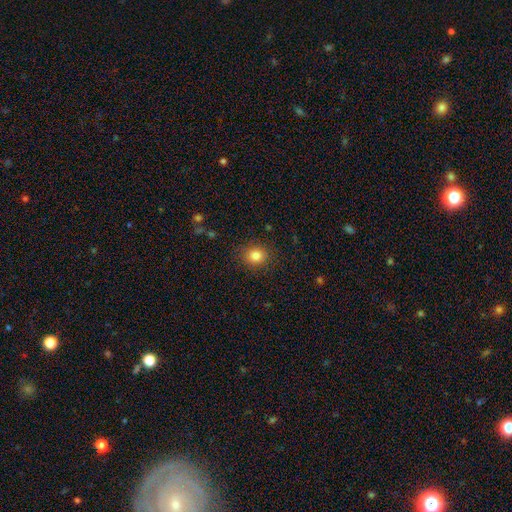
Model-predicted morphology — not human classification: A smooth galaxy with no disk features (83%) that is round (74%).

Vote fractions:
- Smooth or featured? smooth: 83% / star or artifact: 11% / featured or disk: 6%
- How rounded? round: 74% / in between: 25% / cigar-shaped: 1%
- Merging? none: 88% / minor disturbance: 9% / major disturbance: 3% / merger: 1%